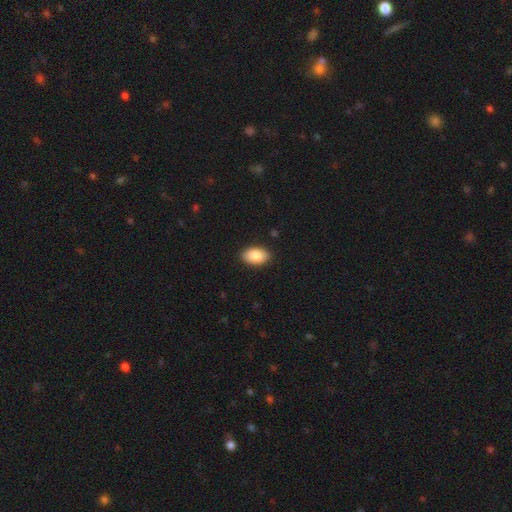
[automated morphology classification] smooth 87%, featured or disk 7%, star or artifact 6%. Down the decision tree: how rounded — in between (92%); merging — none (90%).